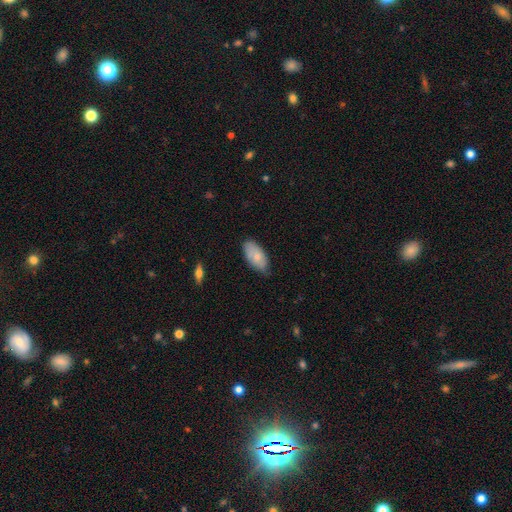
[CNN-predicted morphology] Smooth or featured? Predicted: smooth (p=0.74). How rounded? Predicted: in between (p=0.94). Merging? Predicted: none (p=0.64).